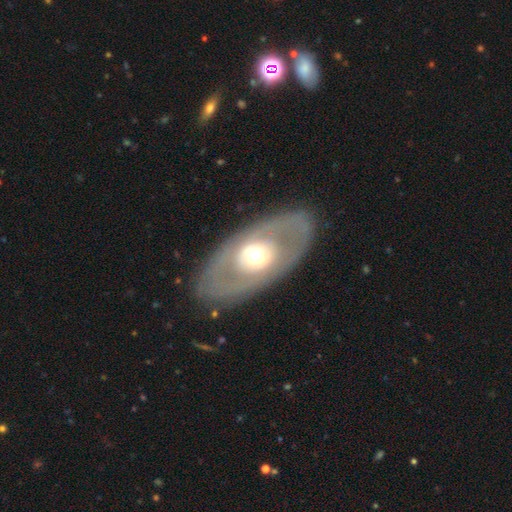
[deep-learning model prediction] smooth_or_featured: featured or disk (p=0.63) [alt: smooth p=0.31]
disk_edge_on: no (p=0.86) [alt: yes p=0.14]
bar: no (p=0.76) [alt: weak p=0.17]
has_spiral_arms: no (p=0.81) [alt: yes p=0.19]
bulge_size: moderate (p=0.63) [alt: large p=0.21]
merging: none (p=0.82) [alt: minor disturbance p=0.10]